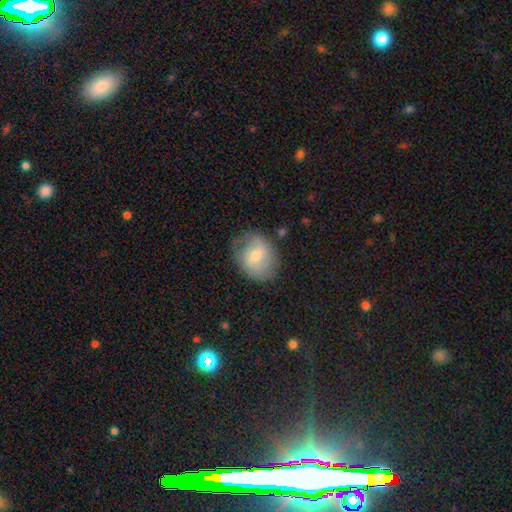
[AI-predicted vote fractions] smooth_or_featured: smooth (p=0.54) [alt: featured or disk p=0.38]
how_rounded: round (p=0.51) [alt: in between p=0.48]
merging: none (p=0.71) [alt: minor disturbance p=0.20]